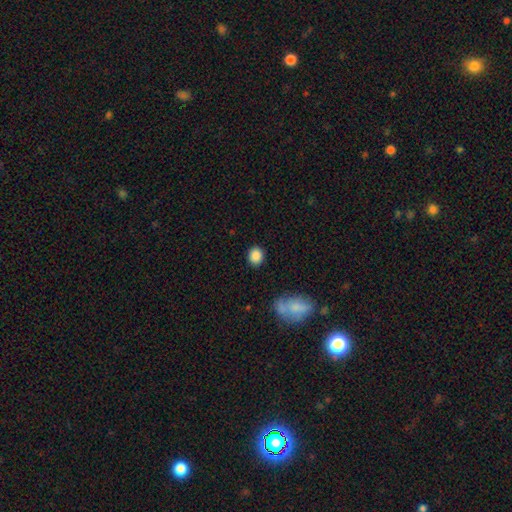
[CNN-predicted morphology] smooth_or_featured: smooth (p=0.87) [alt: star or artifact p=0.09]
how_rounded: round (p=0.67) [alt: in between p=0.32]
merging: none (p=0.86) [alt: minor disturbance p=0.09]